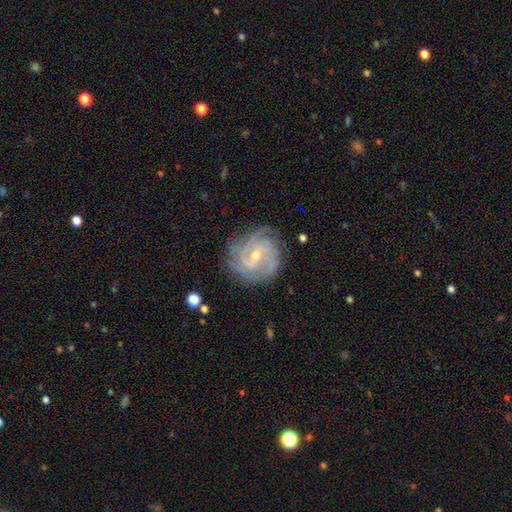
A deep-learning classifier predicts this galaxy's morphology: Smooth or featured?
  - featured or disk: 86% *
  - smooth: 7%
  - star or artifact: 7%
Edge-on disk?
  - no: 97% *
  - yes: 3%
Bar?
  - no: 45% *
  - weak: 43%
  - strong: 12%
Spiral arms?
  - yes: 97% *
  - no: 3%
Spiral winding?
  - tight: 64% *
  - medium: 30%
  - loose: 6%
Spiral arm count?
  - 3: 27% *
  - can't tell: 24%
  - 4: 19%
  - 2: 17%
  - more than 4: 7%
  - 1: 6%
Bulge size?
  - small: 58% *
  - moderate: 39%
  - large: 1%
  - none: 1%
  - dominant: 1%
Merging?
  - none: 78% *
  - minor disturbance: 15%
  - major disturbance: 5%
  - merger: 1%